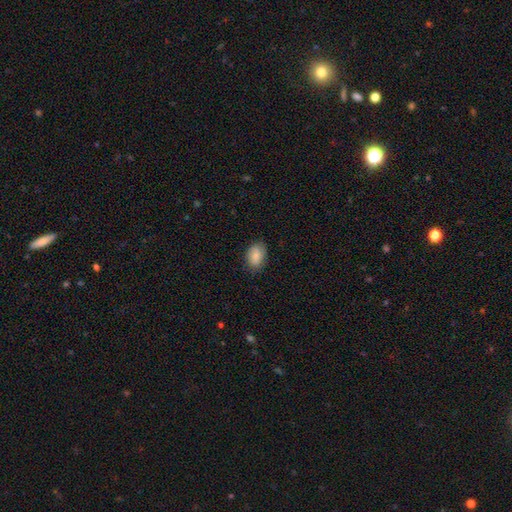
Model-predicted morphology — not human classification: smooth 84%, featured or disk 9%, star or artifact 7%. Down the decision tree: how rounded — in between (87%); merging — none (77%).